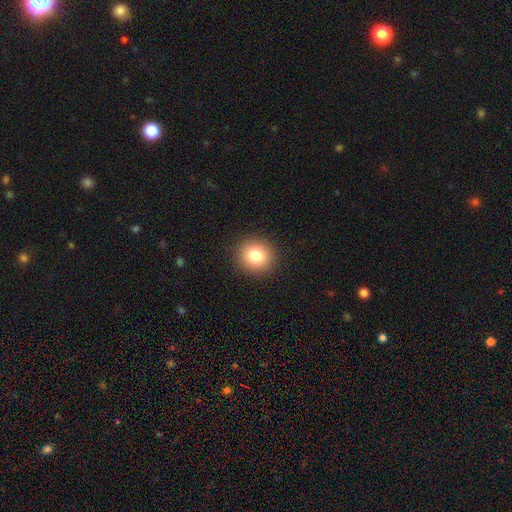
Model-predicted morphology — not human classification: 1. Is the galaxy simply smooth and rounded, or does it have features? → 82% smooth, 11% star or artifact, 8% featured or disk.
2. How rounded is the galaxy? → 87% round, 12% in between, 1% cigar-shaped.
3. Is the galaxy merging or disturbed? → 91% none, 6% minor disturbance, 2% major disturbance, 1% merger.